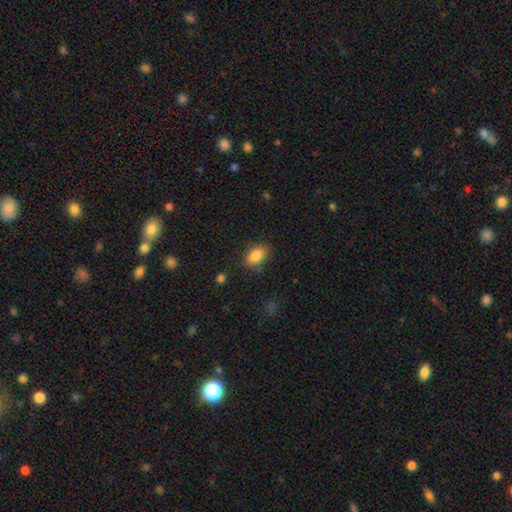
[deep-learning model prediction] smooth-or-featured: smooth: 86% | star or artifact: 8% | featured or disk: 6%
  how-rounded: in between: 87% | round: 11% | cigar-shaped: 2%
  merging: none: 80% | minor disturbance: 15% | major disturbance: 4% | merger: 2%